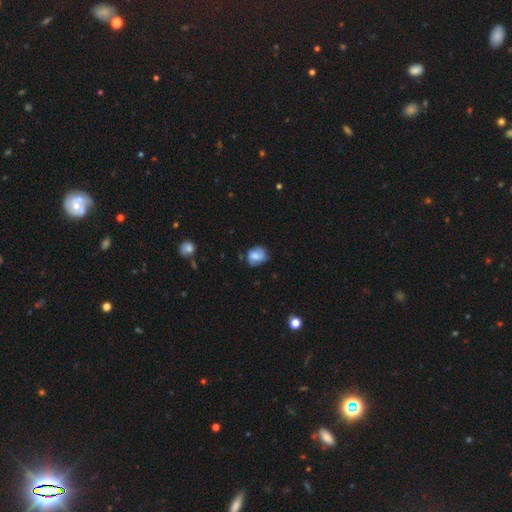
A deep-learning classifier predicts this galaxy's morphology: Smooth or featured? Predicted: smooth (p=0.67). How rounded? Predicted: round (p=0.62). Merging? Predicted: none (p=0.60).